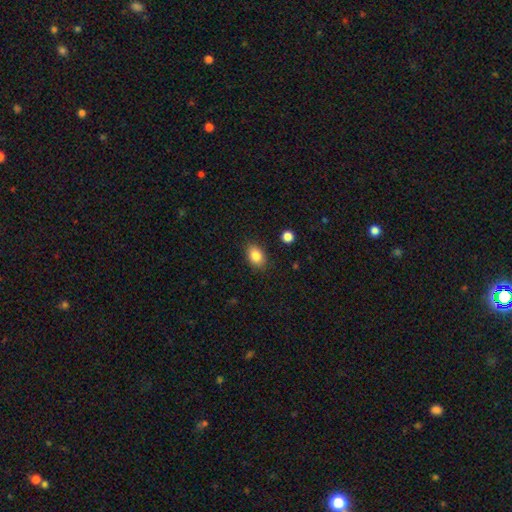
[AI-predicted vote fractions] A smooth galaxy with no disk features (85%) that is in between round and cigar-shaped (77%).

Vote fractions:
- Smooth or featured? smooth: 85% / star or artifact: 9% / featured or disk: 6%
- How rounded? in between: 77% / round: 22% / cigar-shaped: 1%
- Merging? none: 85% / minor disturbance: 11% / major disturbance: 3% / merger: 2%